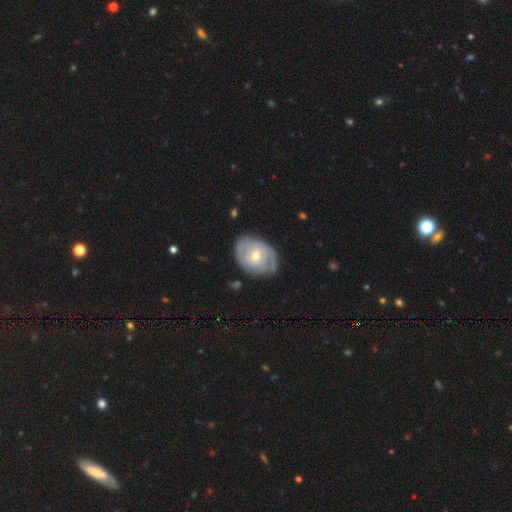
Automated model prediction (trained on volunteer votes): smooth_or_featured: featured or disk (p=0.71) [alt: smooth p=0.23]
disk_edge_on: no (p=0.96) [alt: yes p=0.04]
bar: no (p=0.65) [alt: weak p=0.30]
has_spiral_arms: yes (p=0.85) [alt: no p=0.15]
spiral_winding: tight (p=0.66) [alt: medium p=0.26]
spiral_arm_count: 2 (p=0.38) [alt: can't tell p=0.37]
bulge_size: moderate (p=0.52) [alt: small p=0.44]
merging: none (p=0.72) [alt: minor disturbance p=0.21]